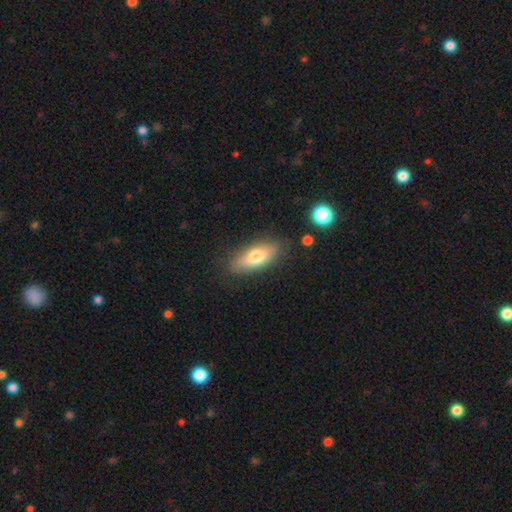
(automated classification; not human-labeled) Smooth or featured: smooth — 71% (featured or disk — 22%)
How rounded: in between — 77% (cigar-shaped — 20%)
Merging: none — 80% (minor disturbance — 14%)